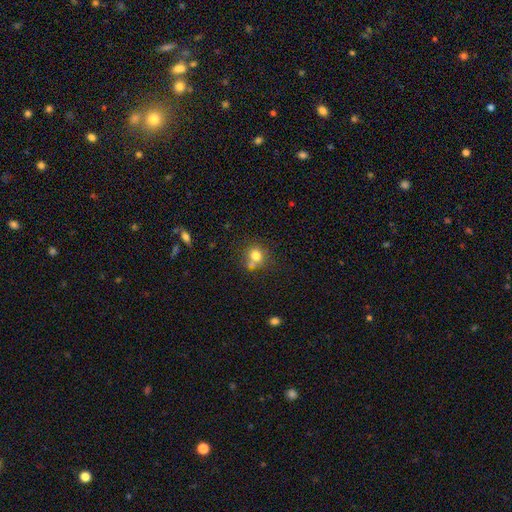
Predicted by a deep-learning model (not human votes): smooth_or_featured: smooth (p=0.77) [alt: star or artifact p=0.12]
how_rounded: round (p=0.82) [alt: in between p=0.18]
merging: none (p=0.57) [alt: merger p=0.27]